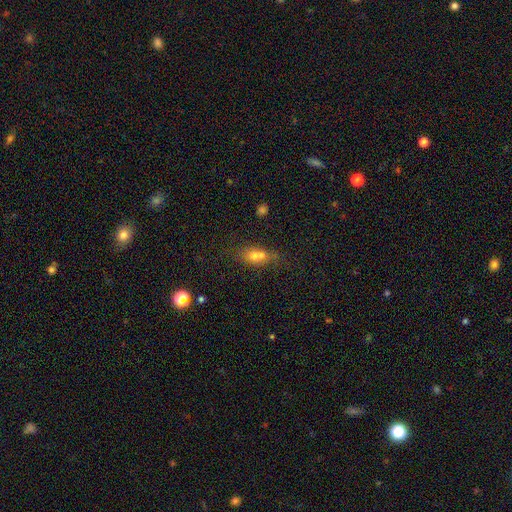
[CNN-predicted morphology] smooth_or_featured: smooth (p=0.64) [alt: featured or disk p=0.20]
how_rounded: in between (p=0.59) [alt: round p=0.31]
merging: merger (p=0.46) [alt: none p=0.37]